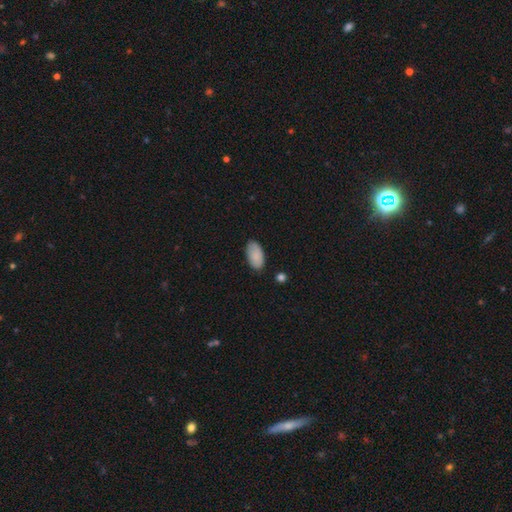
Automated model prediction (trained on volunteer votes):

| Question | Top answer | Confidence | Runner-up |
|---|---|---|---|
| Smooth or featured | smooth | 88% | star or artifact (7%) |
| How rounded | in between | 95% | round (3%) |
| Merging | none | 81% | minor disturbance (15%) |